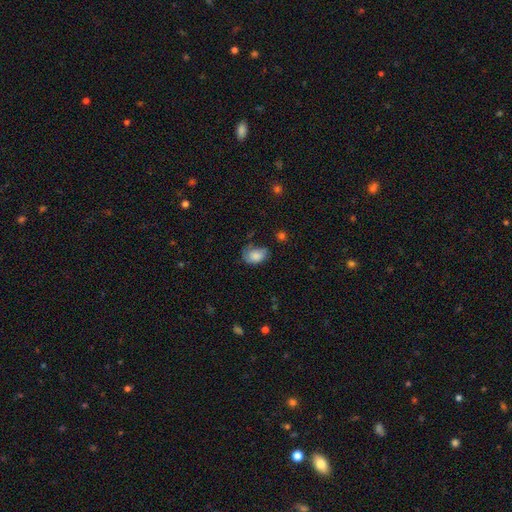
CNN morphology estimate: The model was most divided on "merging": none: 46%, minor disturbance: 36%, major disturbance: 14%, merger: 3%. More confident: how rounded — in between (82%); smooth or featured — smooth (81%).